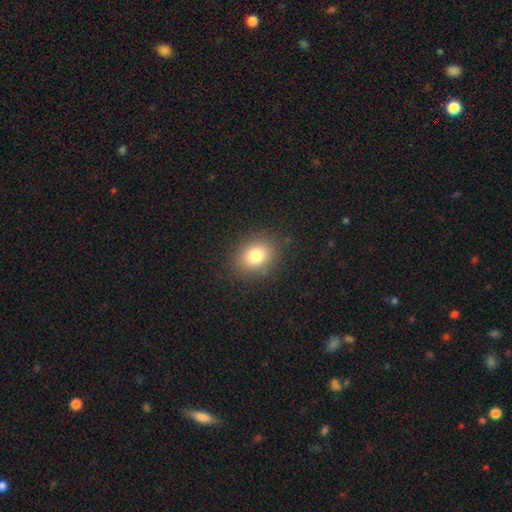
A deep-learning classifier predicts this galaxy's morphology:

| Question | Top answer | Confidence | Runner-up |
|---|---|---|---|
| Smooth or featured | smooth | 80% | star or artifact (11%) |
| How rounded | round | 52% | in between (48%) |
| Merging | none | 85% | minor disturbance (10%) |